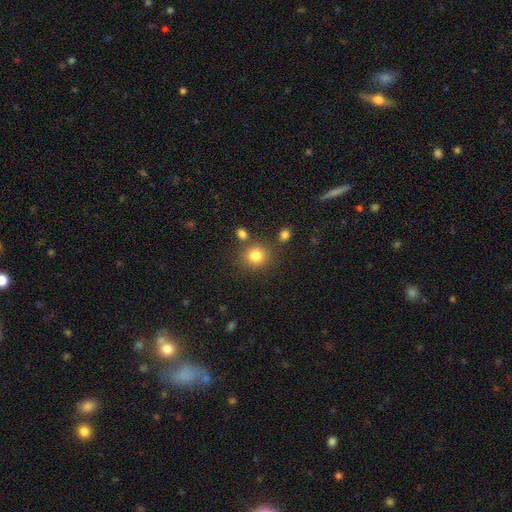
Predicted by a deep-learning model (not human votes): smooth 82%, star or artifact 11%, featured or disk 6%. Down the decision tree: how rounded — round (85%); merging — none (78%).